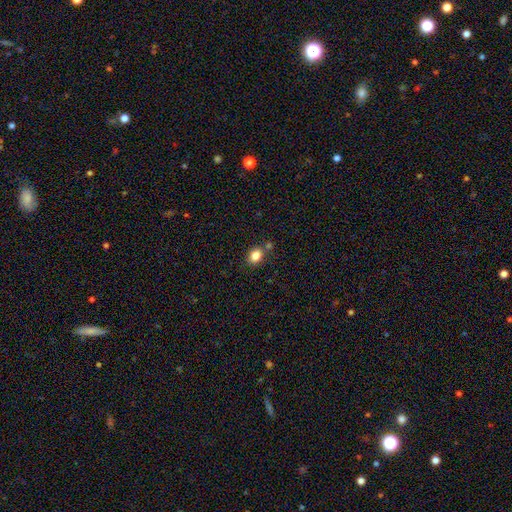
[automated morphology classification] This appears to be a smooth galaxy with no disk features (84%) that is in between round and cigar-shaped (60%). Merging: none (73%).